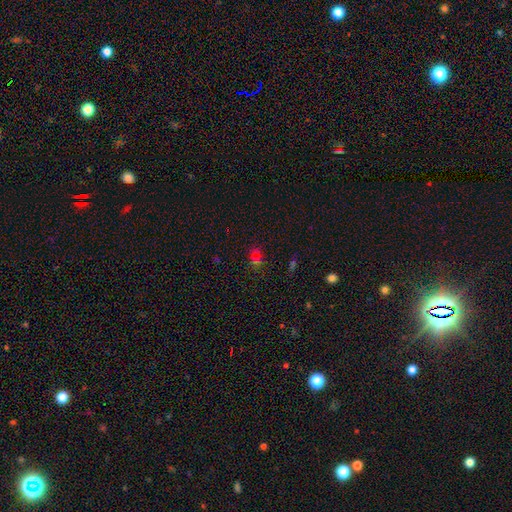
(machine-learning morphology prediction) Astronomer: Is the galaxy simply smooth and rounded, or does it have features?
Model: smooth — 46% (runner-up: star or artifact, 43%).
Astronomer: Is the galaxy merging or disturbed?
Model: none — 69%.